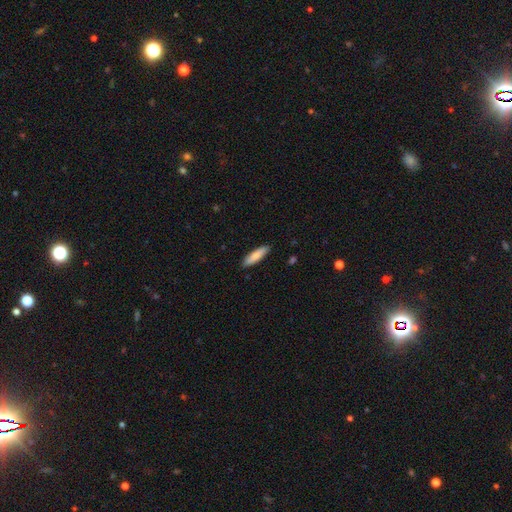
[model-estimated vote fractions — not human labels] Q: Smooth or featured?
A: smooth (80%); runner-up: featured or disk (15%)
Q: How rounded?
A: cigar-shaped (67%); runner-up: in between (32%)
Q: Merging?
A: none (89%); runner-up: minor disturbance (8%)